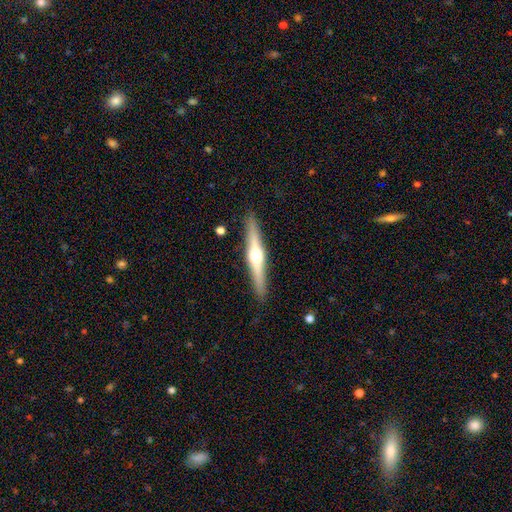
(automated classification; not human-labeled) A featured or disk galaxy (71%) viewed edge-on (97%) with a rounded central bulge (93%). Merging: none (90%).